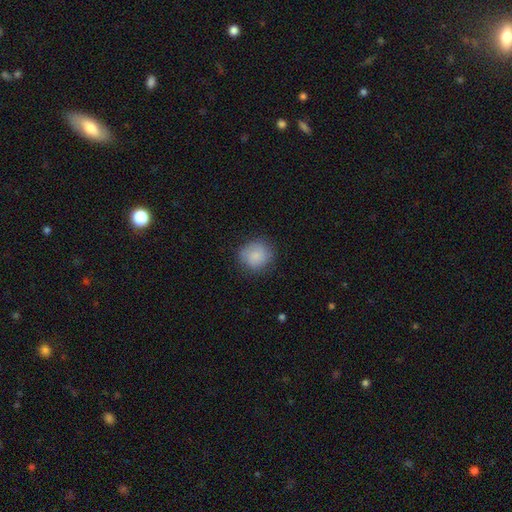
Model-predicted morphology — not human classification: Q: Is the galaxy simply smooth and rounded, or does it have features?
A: smooth — 84%.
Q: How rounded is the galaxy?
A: round — 85%.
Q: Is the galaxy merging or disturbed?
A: none — 80%.